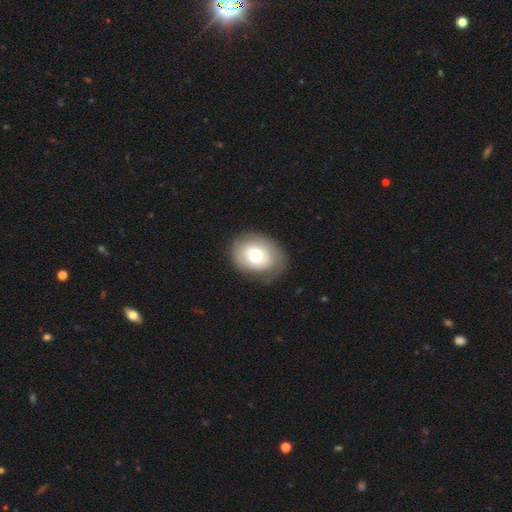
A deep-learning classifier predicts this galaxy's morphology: Q: Smooth or featured?
A: smooth (63%); runner-up: featured or disk (30%)
Q: How rounded?
A: in between (50%); runner-up: round (49%)
Q: Merging?
A: none (72%); runner-up: minor disturbance (19%)